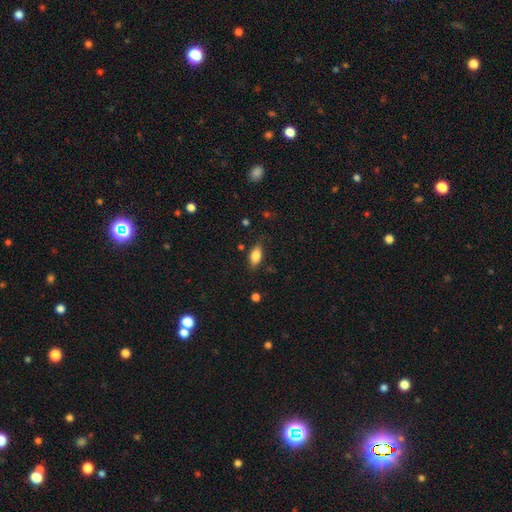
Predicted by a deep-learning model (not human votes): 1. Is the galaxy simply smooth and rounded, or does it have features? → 79% smooth, 13% featured or disk, 8% star or artifact.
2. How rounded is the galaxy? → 87% in between, 8% cigar-shaped, 5% round.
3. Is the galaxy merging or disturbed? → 78% none, 16% minor disturbance, 4% major disturbance, 2% merger.